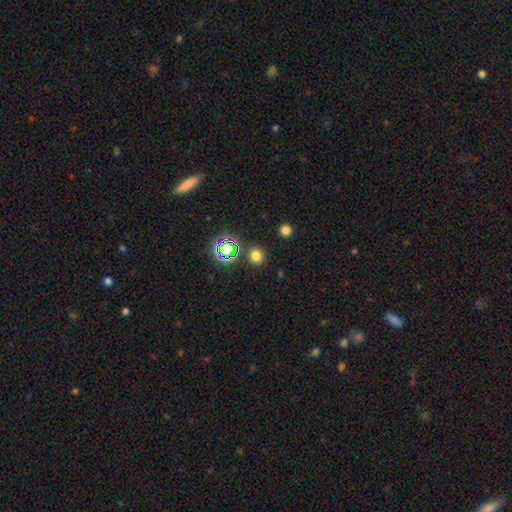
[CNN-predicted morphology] Q: Smooth or featured?
A: smooth (69%); runner-up: star or artifact (25%)
Q: How rounded?
A: round (91%); runner-up: in between (8%)
Q: Merging?
A: none (87%); runner-up: minor disturbance (6%)